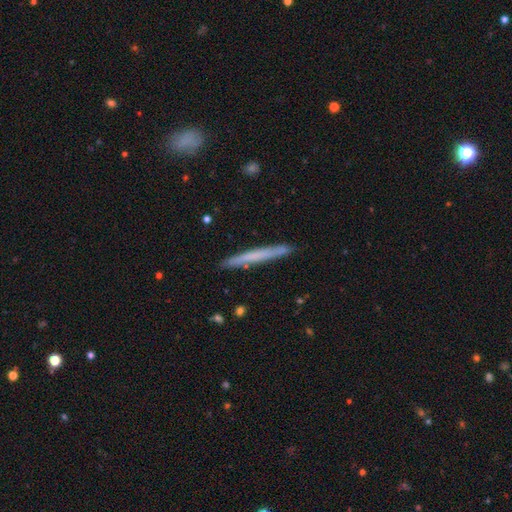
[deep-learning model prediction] Smooth or featured?
  - smooth: 54% *
  - featured or disk: 40%
  - star or artifact: 6%
How rounded?
  - cigar-shaped: 97% *
  - in between: 2%
  - round: 1%
Merging?
  - none: 89% *
  - minor disturbance: 8%
  - major disturbance: 1%
  - merger: 1%